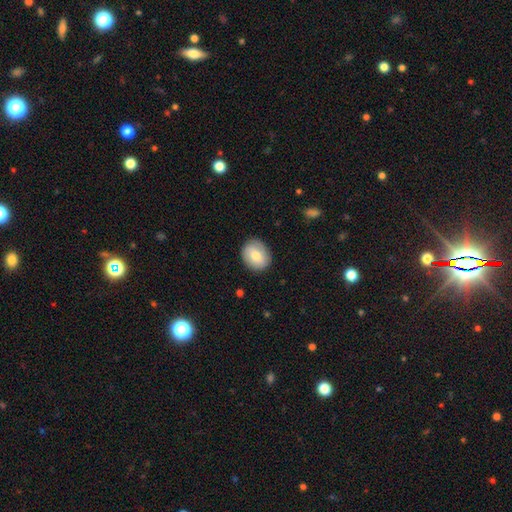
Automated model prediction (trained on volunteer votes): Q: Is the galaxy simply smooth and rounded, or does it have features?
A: smooth — 69%.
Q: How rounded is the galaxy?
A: round — 56%.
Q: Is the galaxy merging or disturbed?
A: none — 84%.